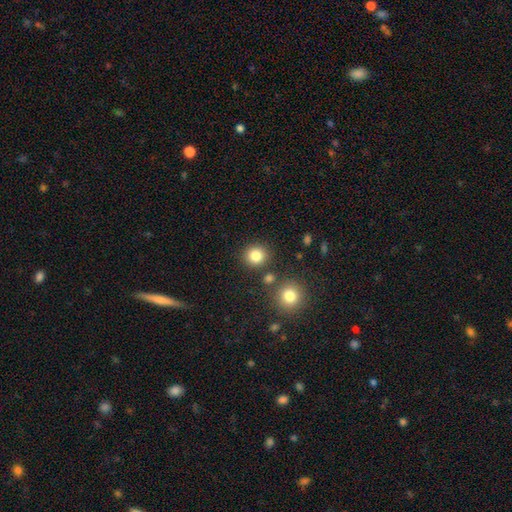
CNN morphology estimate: Smooth or featured? Predicted: smooth (p=0.84). How rounded? Predicted: round (p=0.89). Merging? Predicted: none (p=0.84).